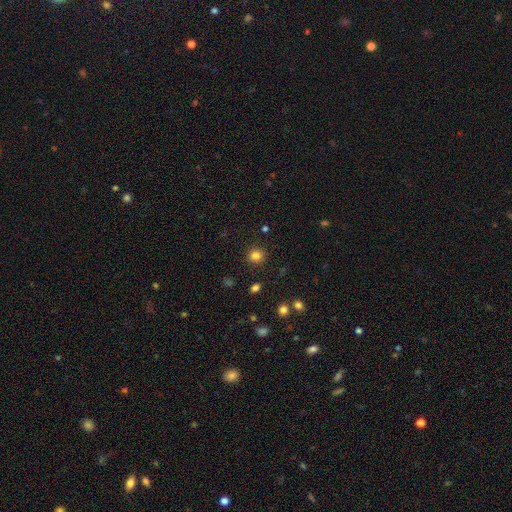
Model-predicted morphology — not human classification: Q: Smooth or featured?
A: smooth (82%); runner-up: star or artifact (13%)
Q: How rounded?
A: round (89%); runner-up: in between (10%)
Q: Merging?
A: none (90%); runner-up: minor disturbance (6%)